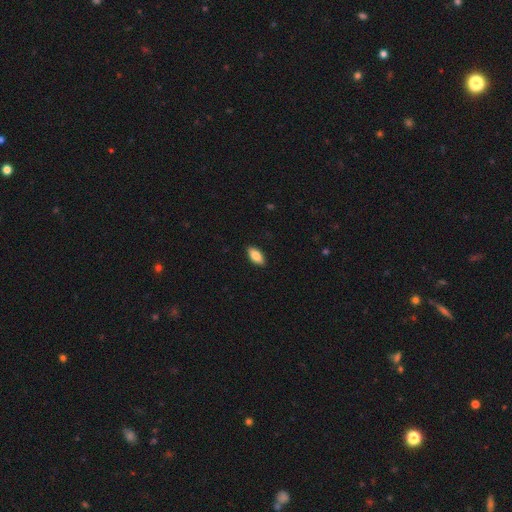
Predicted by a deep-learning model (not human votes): Morphology: type=smooth (85%); roundness=in between (90%); merging=none (90%).